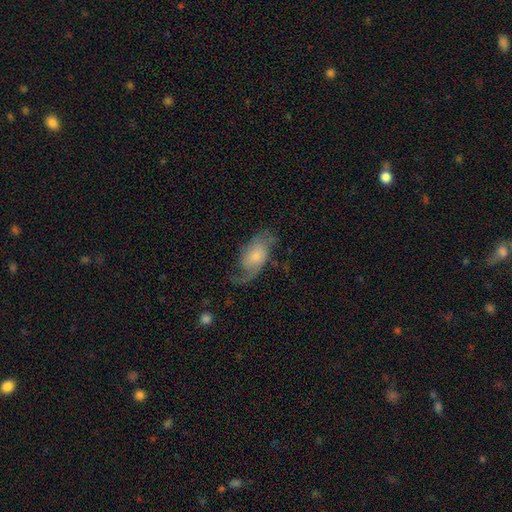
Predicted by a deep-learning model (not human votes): smooth-or-featured: featured or disk: 71% | smooth: 22% | star or artifact: 7%
  disk-edge-on: no: 95% | yes: 5%
    bar: no: 67% | weak: 28% | strong: 5%
    has-spiral-arms: yes: 92% | no: 8%
      spiral-winding: loose: 46% | medium: 39% | tight: 16%
      spiral-arm-count: 2: 72% | 1: 15% | can't tell: 8% | 3: 2% | 4: 1% | more than 4: 1%
    bulge-size: small: 41% | moderate: 37% | large: 11% | none: 10% | dominant: 2%
  merging: none: 56% | minor disturbance: 22% | major disturbance: 20% | merger: 2%